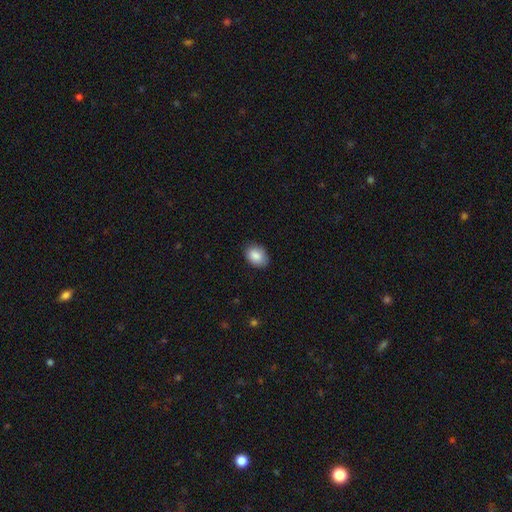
Smooth or featured: smooth — 90% (featured or disk — 5%)
How rounded: in between — 86% (round — 14%)
Merging: none — 81% (minor disturbance — 16%)